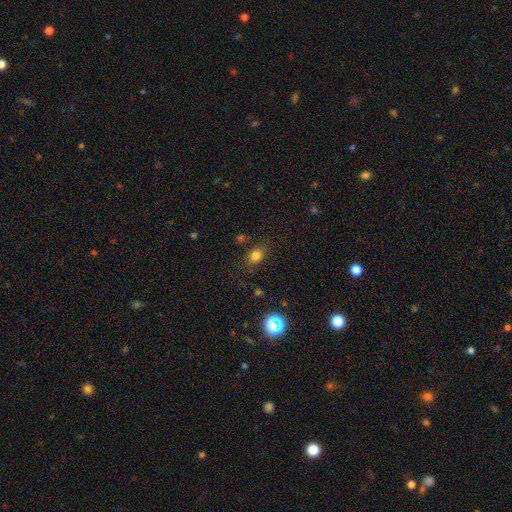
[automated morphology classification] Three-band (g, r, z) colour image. It shows a smooth galaxy with no disk features (78%) that is in between round and cigar-shaped (53%). Merging: none (75%).